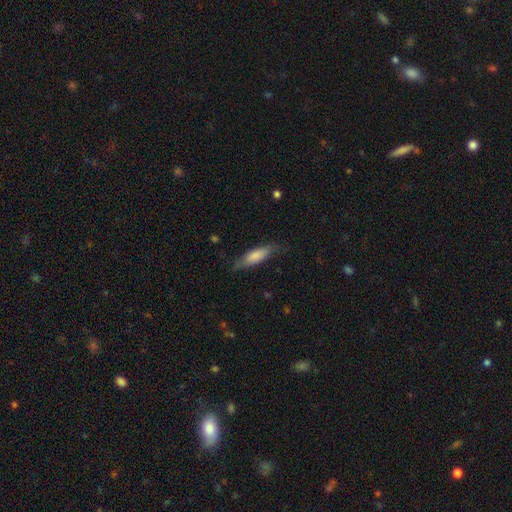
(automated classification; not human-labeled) Smooth or featured: smooth — 77% (featured or disk — 17%)
How rounded: cigar-shaped — 53% (in between — 45%)
Merging: none — 73% (minor disturbance — 20%)